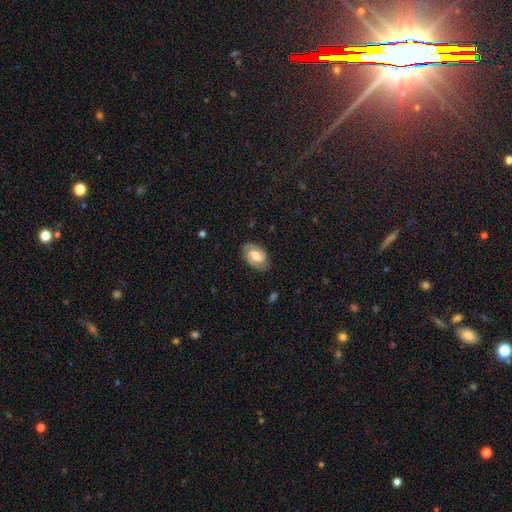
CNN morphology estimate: type=featured or disk (69%); edge-on=no (96%); bar=weak (50%); spiral arms=yes (89%); winding=tight (49%); arm count=2 (84%); bulge=moderate (50%); merging=none (81%).